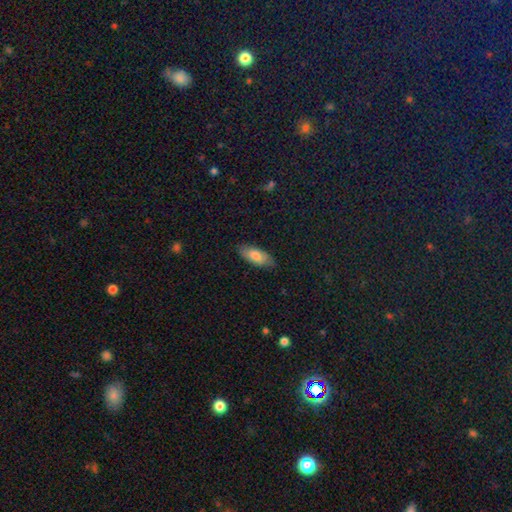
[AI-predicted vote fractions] smooth_or_featured: smooth (p=0.78) [alt: featured or disk p=0.16]
how_rounded: in between (p=0.82) [alt: cigar-shaped p=0.16]
merging: none (p=0.83) [alt: minor disturbance p=0.14]